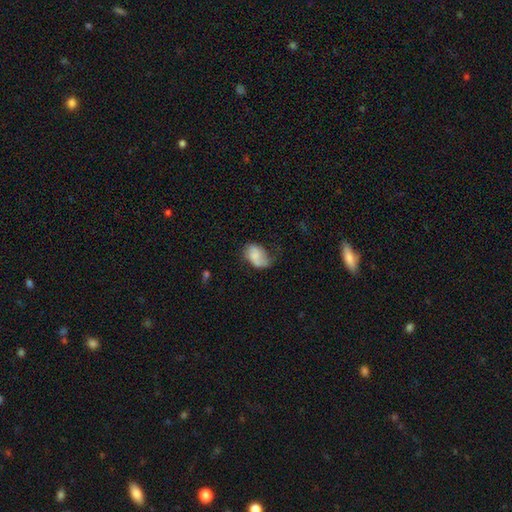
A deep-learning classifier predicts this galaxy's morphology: Overall: smooth (67%). How rounded: in between (86%). Merging: minor disturbance (37%, tied with none).